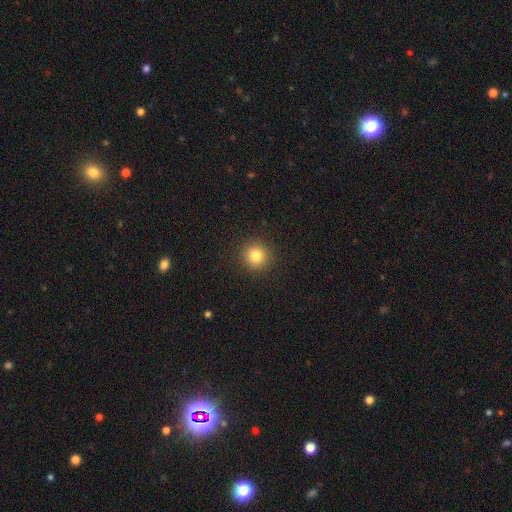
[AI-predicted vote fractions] Q: Smooth or featured?
A: smooth (82%); runner-up: star or artifact (12%)
Q: How rounded?
A: round (94%); runner-up: in between (5%)
Q: Merging?
A: none (92%); runner-up: minor disturbance (5%)